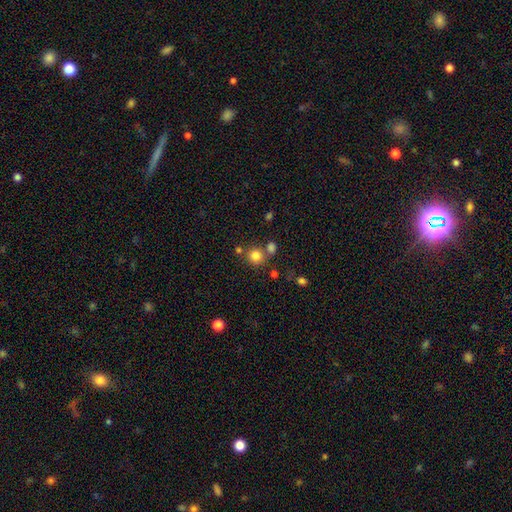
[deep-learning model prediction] smooth 81%, star or artifact 13%, featured or disk 6%. Down the decision tree: how rounded — round (89%); merging — none (70%).